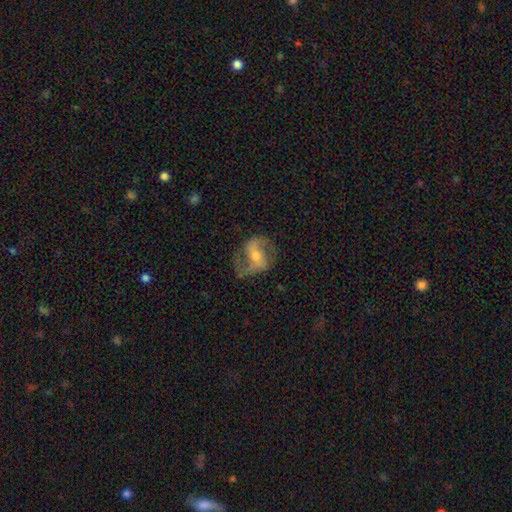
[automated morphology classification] smooth-or-featured: featured or disk: 81% | smooth: 13% | star or artifact: 7%
  disk-edge-on: no: 97% | yes: 3%
    bar: weak: 40% | strong: 31% | no: 28%
    has-spiral-arms: yes: 93% | no: 7%
      spiral-winding: medium: 47% | loose: 38% | tight: 14%
      spiral-arm-count: 2: 89% | can't tell: 4% | 1: 3% | 3: 2% | 4: 1% | more than 4: 1%
    bulge-size: moderate: 49% | small: 45% | large: 3% | none: 2% | dominant: 1%
  merging: none: 71% | minor disturbance: 17% | major disturbance: 11% | merger: 1%